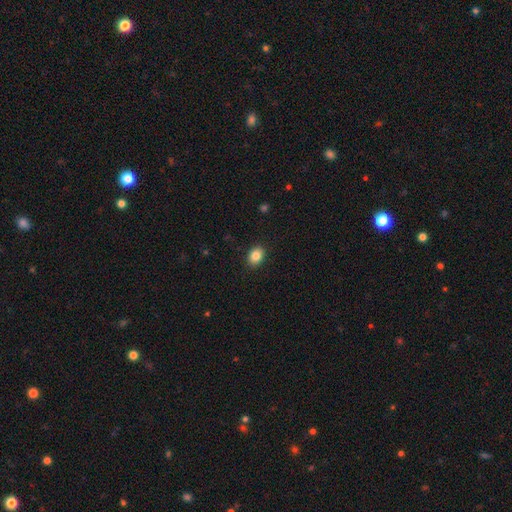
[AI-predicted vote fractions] This appears to be a smooth galaxy with no disk features (85%) that is in between round and cigar-shaped (66%). Merging: none (90%).